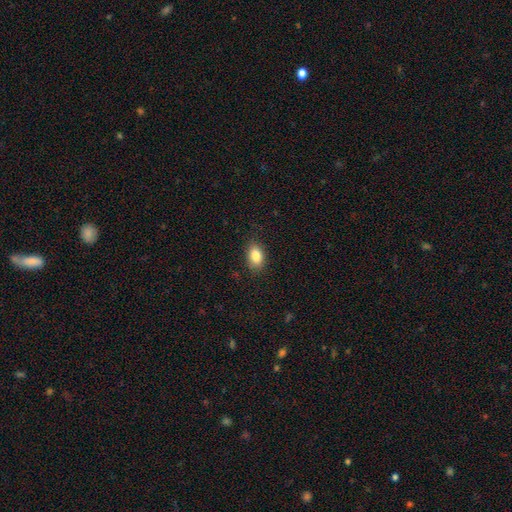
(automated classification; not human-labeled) Smooth or featured? Predicted: smooth (p=0.85). How rounded? Predicted: in between (p=0.86). Merging? Predicted: none (p=0.83).